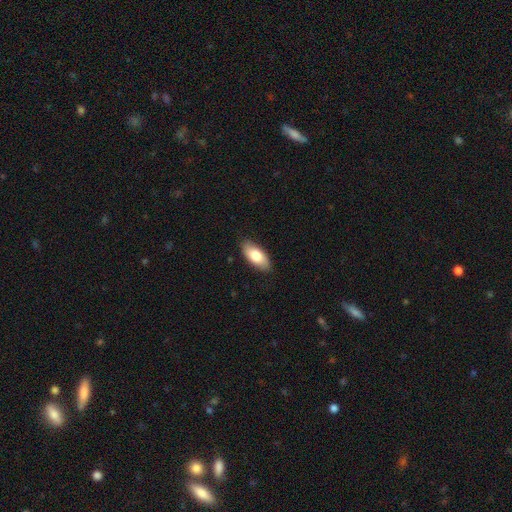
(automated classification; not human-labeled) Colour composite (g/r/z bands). It shows a smooth galaxy with no disk features (78%) that is in between round and cigar-shaped (90%). Merging: none (87%).